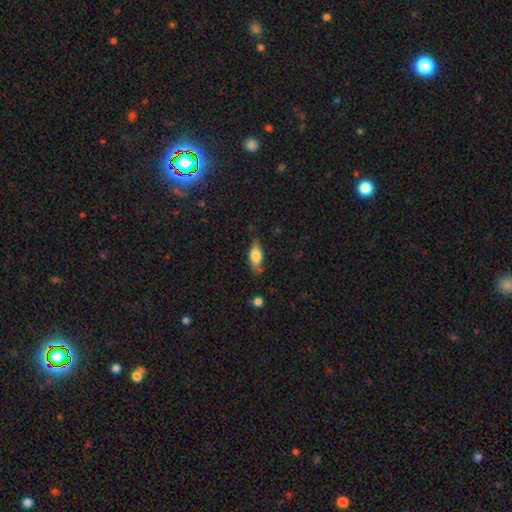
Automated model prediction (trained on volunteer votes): smooth 73%, featured or disk 20%, star or artifact 7%. Down the decision tree: how rounded — in between (79%); merging — none (67%).